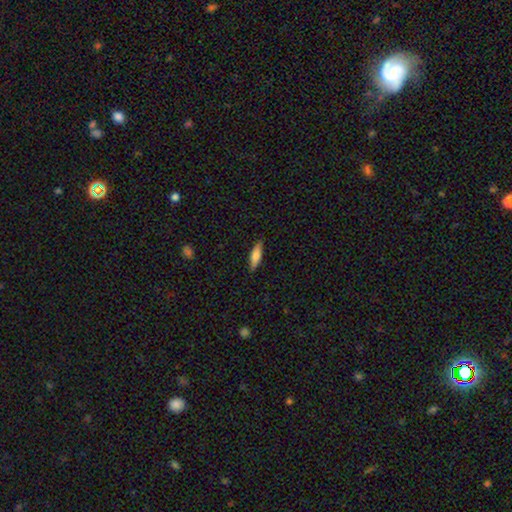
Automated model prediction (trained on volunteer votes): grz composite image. It shows a smooth galaxy with no disk features (68%) that is cigar-shaped (58%). Merging: none (86%).